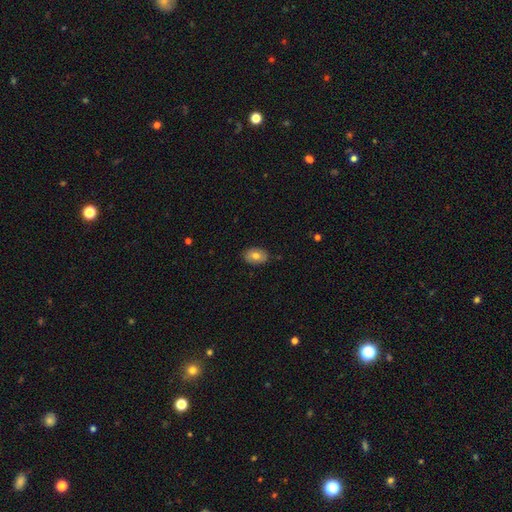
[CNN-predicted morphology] The model was most divided on "smooth or featured": smooth: 73%, featured or disk: 19%, star or artifact: 8%. More confident: merging — none (86%); how rounded — in between (81%).